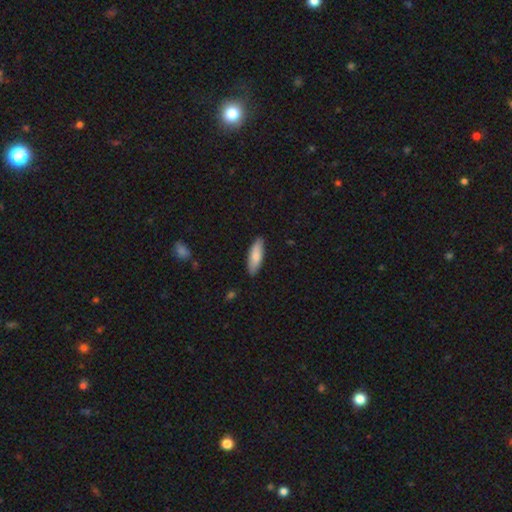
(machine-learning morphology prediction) This appears to be a smooth galaxy with no disk features (80%) that is in between round and cigar-shaped (55%). Merging: none (87%).